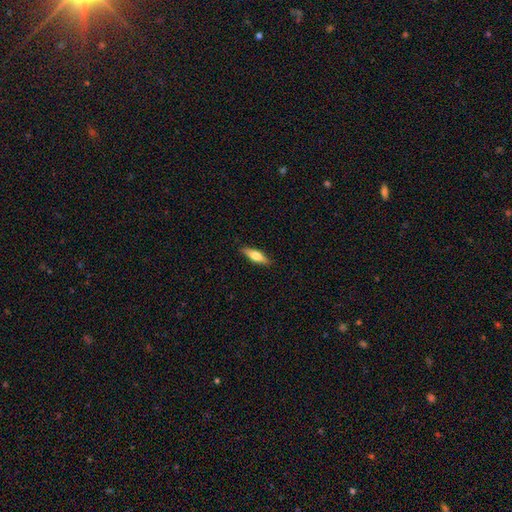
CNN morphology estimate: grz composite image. It shows a smooth galaxy with no disk features (61%) that is cigar-shaped (53%). Merging: none (89%).